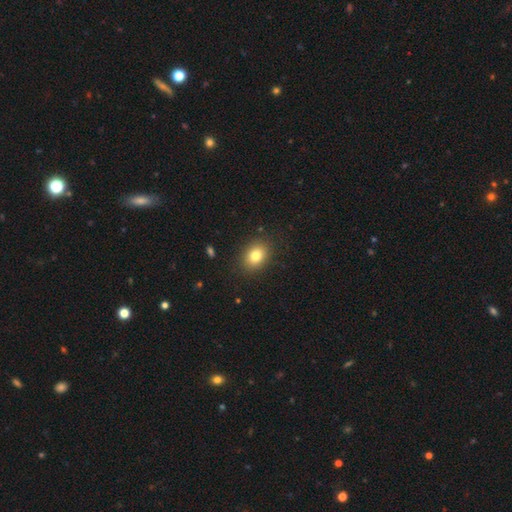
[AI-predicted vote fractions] This is clearly a smooth galaxy (81%). How rounded: likely in between (60%). Merging: clearly none (88%).